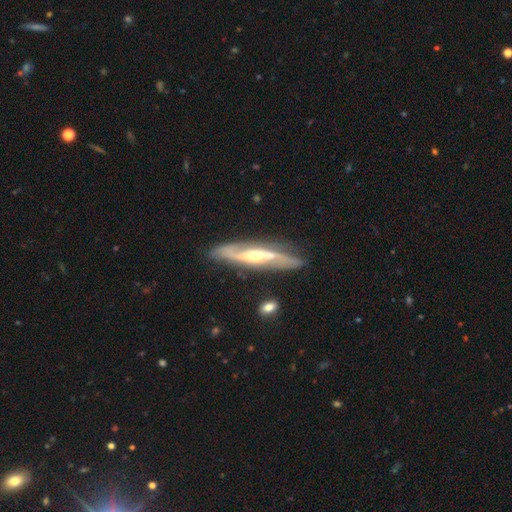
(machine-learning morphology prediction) Q: Smooth or featured?
A: featured or disk (83%); runner-up: smooth (12%)
Q: Edge-on disk?
A: no (58%); runner-up: yes (42%)
Q: Merging?
A: none (78%); runner-up: minor disturbance (15%)